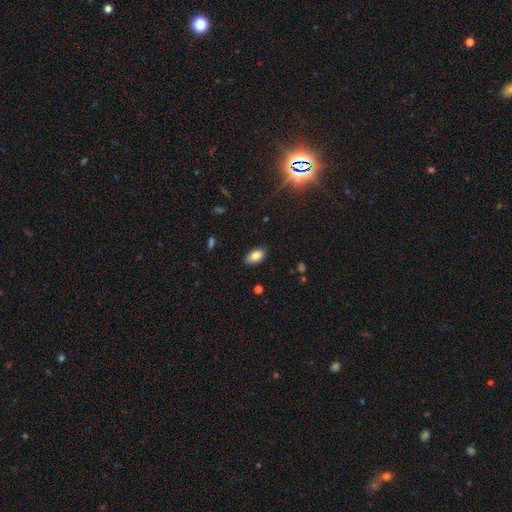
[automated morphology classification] Overall: smooth (85%). How rounded: in between (93%). Merging: none (86%).